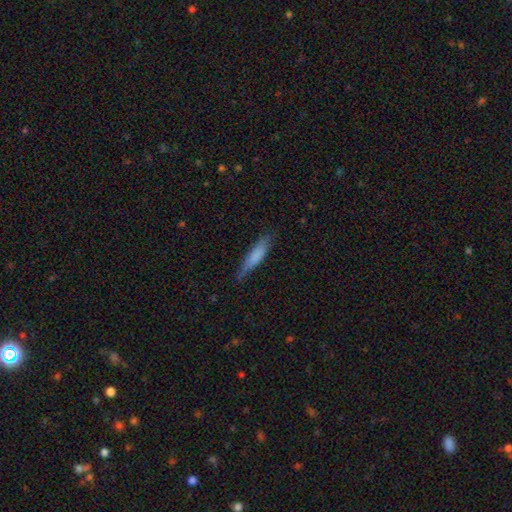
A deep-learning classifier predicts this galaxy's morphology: Overall: smooth (74%). How rounded: cigar-shaped (82%). Merging: none (72%).